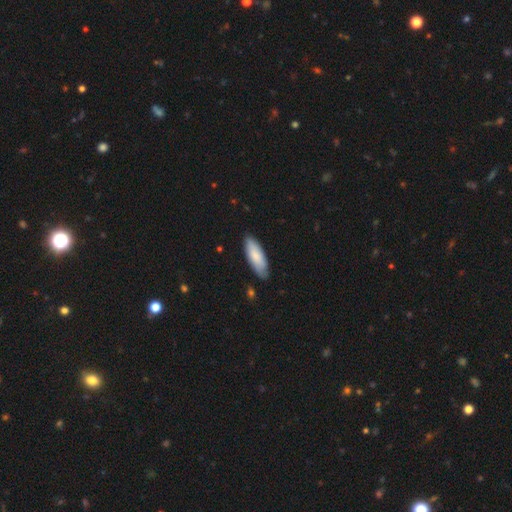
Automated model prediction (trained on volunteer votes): A smooth galaxy with no disk features (83%) that is in between round and cigar-shaped (65%).

Vote fractions:
- Smooth or featured? smooth: 83% / featured or disk: 12% / star or artifact: 5%
- How rounded? in between: 65% / cigar-shaped: 33% / round: 1%
- Merging? none: 84% / minor disturbance: 13% / major disturbance: 2% / merger: 1%